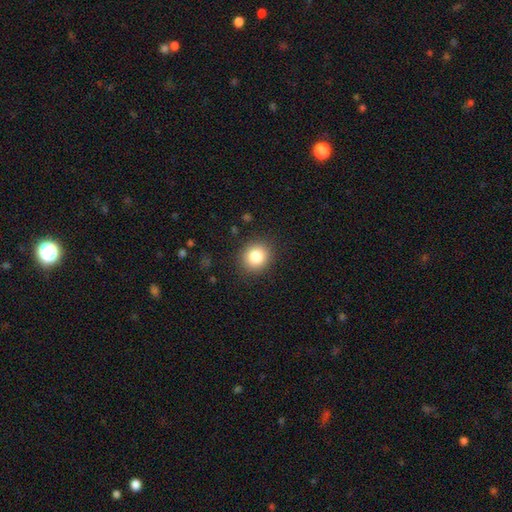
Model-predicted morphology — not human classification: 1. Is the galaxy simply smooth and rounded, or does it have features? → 82% smooth, 12% star or artifact, 6% featured or disk.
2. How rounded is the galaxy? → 86% round, 13% in between, 1% cigar-shaped.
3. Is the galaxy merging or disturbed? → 92% none, 5% minor disturbance, 2% major disturbance, 1% merger.